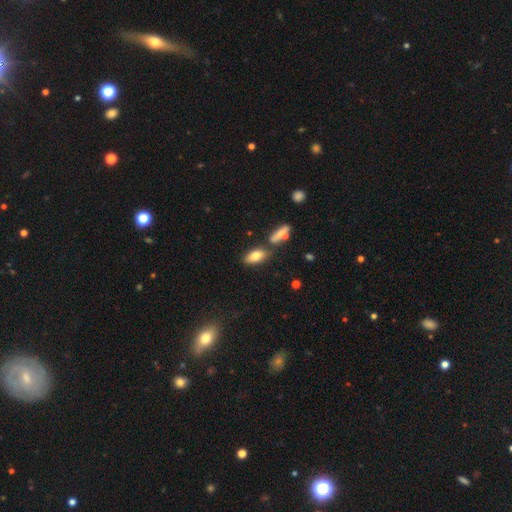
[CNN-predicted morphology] Smooth or featured? Predicted: smooth (p=0.78). How rounded? Predicted: in between (p=0.86). Merging? Predicted: none (p=0.73).